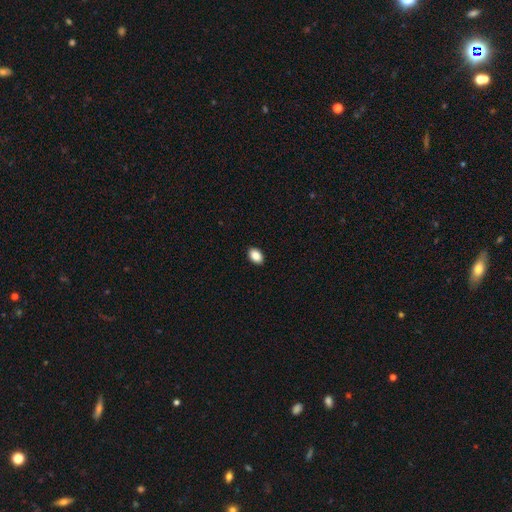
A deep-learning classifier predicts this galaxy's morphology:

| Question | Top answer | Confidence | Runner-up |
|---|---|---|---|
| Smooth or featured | smooth | 89% | star or artifact (8%) |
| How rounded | in between | 87% | round (12%) |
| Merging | none | 91% | minor disturbance (7%) |